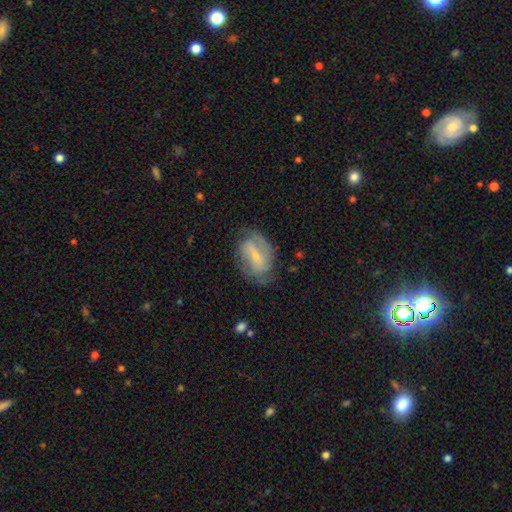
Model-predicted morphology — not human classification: Smooth or featured? featured or disk (75%)
Edge-on disk? no (96%)
Bar? weak (45%)
Spiral arms? yes (89%)
Spiral winding? medium (45%)
Spiral arm count? 2 (60%)
Bulge size? small (69%)
Merging? none (68%)